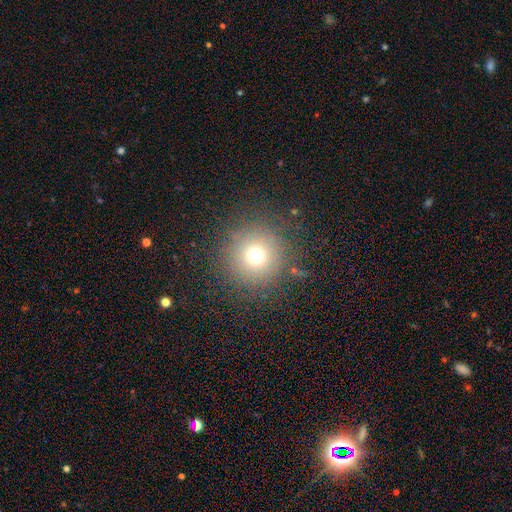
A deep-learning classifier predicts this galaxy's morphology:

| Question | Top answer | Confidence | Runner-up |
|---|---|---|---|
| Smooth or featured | smooth | 70% | star or artifact (19%) |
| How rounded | round | 95% | in between (4%) |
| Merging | none | 85% | minor disturbance (8%) |